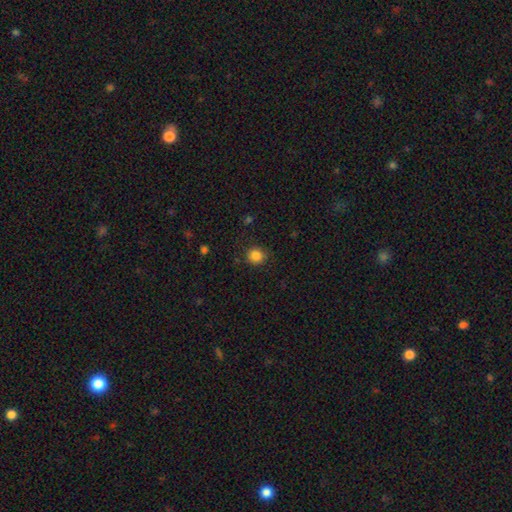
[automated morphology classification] Smooth or featured? smooth (84%)
How rounded? round (91%)
Merging? none (87%)